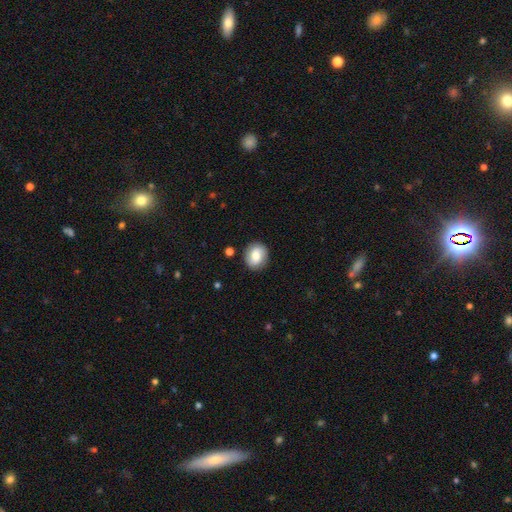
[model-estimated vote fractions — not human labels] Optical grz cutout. It shows a smooth galaxy with no disk features (66%) that is round (73%). Merging: none (87%).